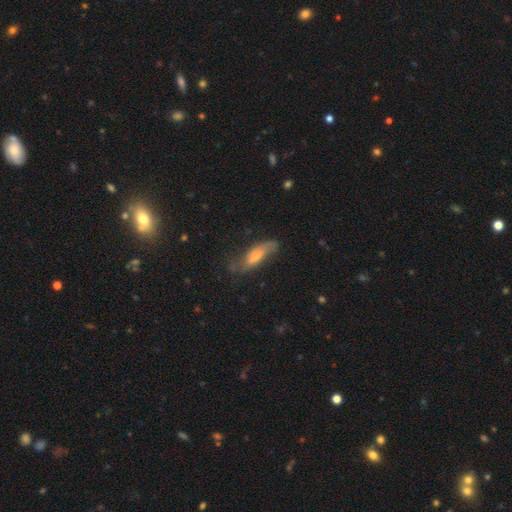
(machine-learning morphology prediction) A featured or disk galaxy (46%).

Vote fractions:
- Smooth or featured? featured or disk: 46% / smooth: 45% / star or artifact: 9%
- Merging? none: 63% / minor disturbance: 26% / major disturbance: 9% / merger: 2%